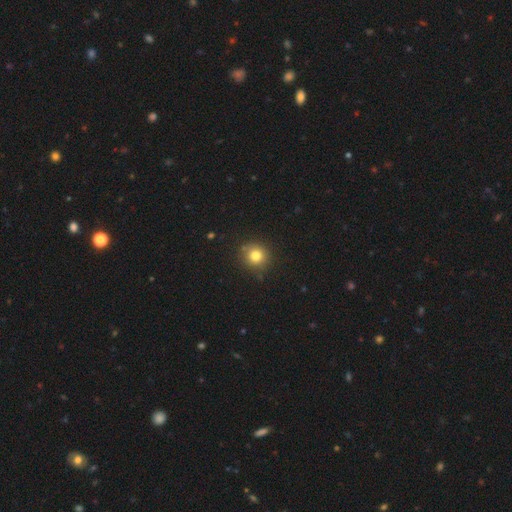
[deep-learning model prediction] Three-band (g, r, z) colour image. It shows a smooth galaxy with no disk features (80%) that is round (91%). Merging: none (86%).